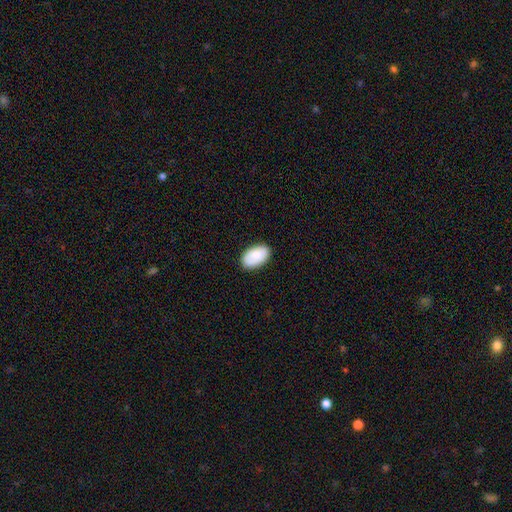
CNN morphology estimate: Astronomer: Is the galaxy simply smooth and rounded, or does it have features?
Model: smooth — 83%.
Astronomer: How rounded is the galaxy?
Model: in between — 94%.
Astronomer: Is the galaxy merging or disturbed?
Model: none — 86%.